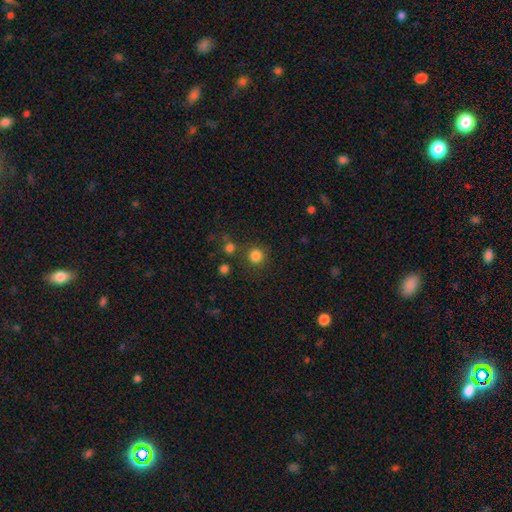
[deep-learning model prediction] Smooth or featured?
  - smooth: 82% *
  - star or artifact: 14%
  - featured or disk: 4%
How rounded?
  - round: 92% *
  - in between: 7%
  - cigar-shaped: 1%
Merging?
  - none: 81% *
  - minor disturbance: 8%
  - merger: 7%
  - major disturbance: 4%